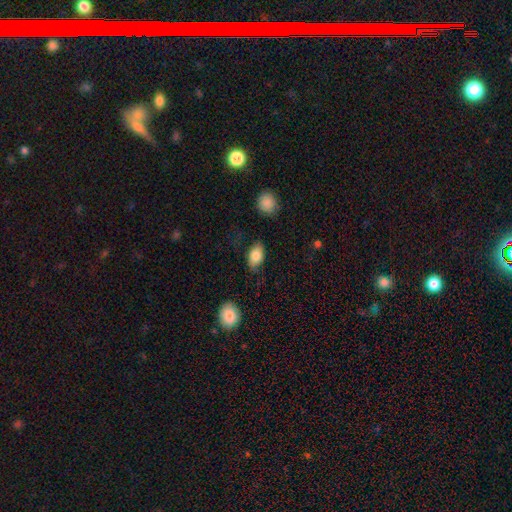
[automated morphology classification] Q: Smooth or featured?
A: smooth (83%); runner-up: featured or disk (10%)
Q: How rounded?
A: in between (90%); runner-up: round (8%)
Q: Merging?
A: none (77%); runner-up: minor disturbance (17%)